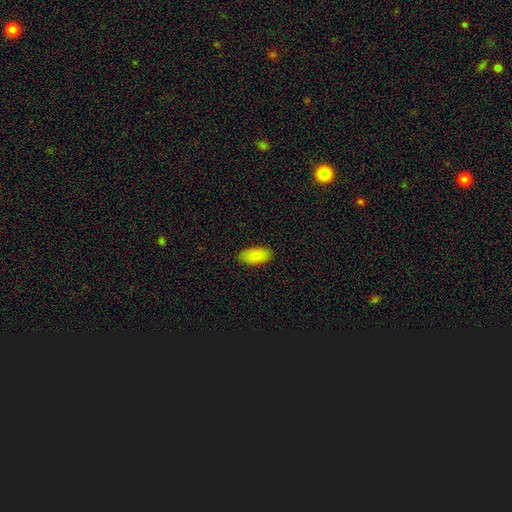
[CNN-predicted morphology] smooth 88%, star or artifact 7%, featured or disk 5%. Down the decision tree: how rounded — in between (92%); merging — none (89%).